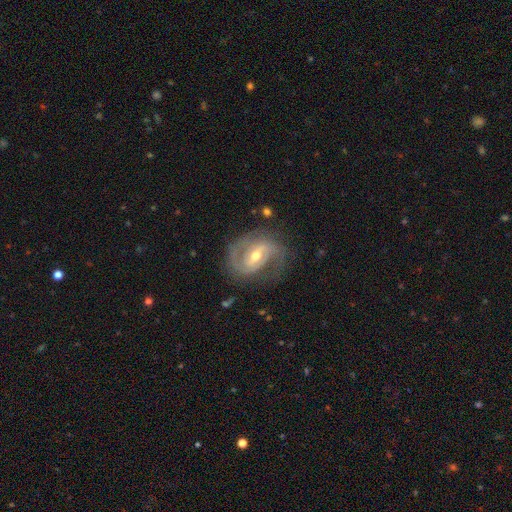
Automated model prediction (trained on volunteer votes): A featured or disk galaxy (87%) with a weak bar (47%), 2 (78%) medium (49%) spiral arms (95%) and a moderate central bulge (59%).

Vote fractions:
- Smooth or featured? featured or disk: 87% / smooth: 8% / star or artifact: 5%
- Edge-on disk? no: 97% / yes: 3%
- Bar? weak: 47% / strong: 36% / no: 17%
- Spiral arms? yes: 95% / no: 5%
- Spiral winding? medium: 49% / tight: 35% / loose: 16%
- Spiral arm count? 2: 78% / can't tell: 8% / 3: 6% / 1: 5% / 4: 2% / more than 4: 1%
- Bulge size? moderate: 59% / small: 37% / large: 3% / none: 1% / dominant: 1%
- Merging? none: 70% / minor disturbance: 19% / major disturbance: 10% / merger: 2%